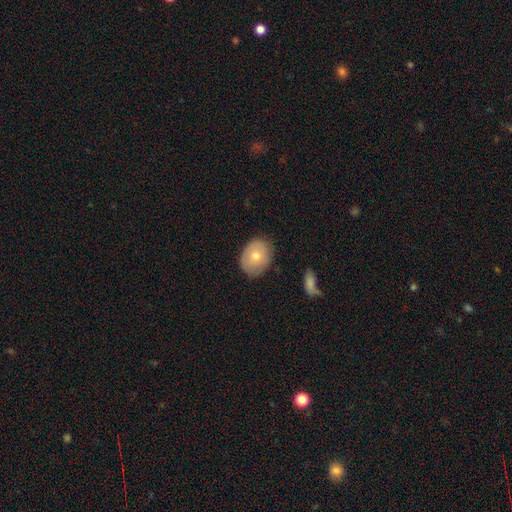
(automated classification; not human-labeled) This is likely a smooth galaxy (67%). How rounded: likely in between (62%). Merging: clearly none (82%).